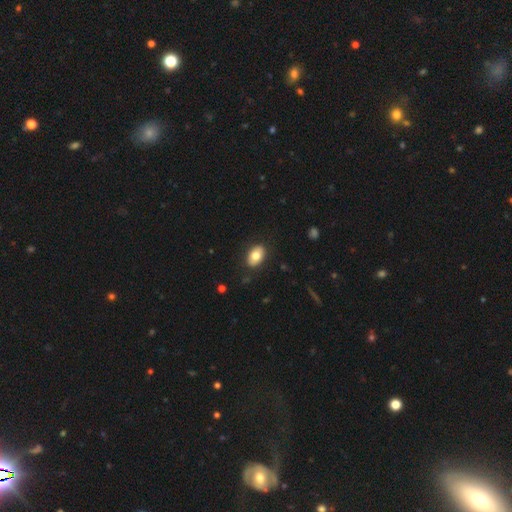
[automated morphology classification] A smooth galaxy with no disk features (79%) that is in between round and cigar-shaped (88%). Merging: none (86%).